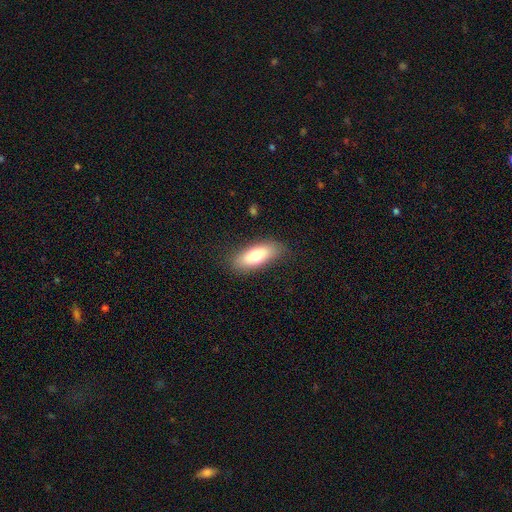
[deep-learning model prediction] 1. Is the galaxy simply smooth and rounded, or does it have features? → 73% smooth, 20% featured or disk, 7% star or artifact.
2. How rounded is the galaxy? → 74% in between, 23% cigar-shaped, 3% round.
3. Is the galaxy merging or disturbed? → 83% none, 13% minor disturbance, 3% major disturbance, 1% merger.